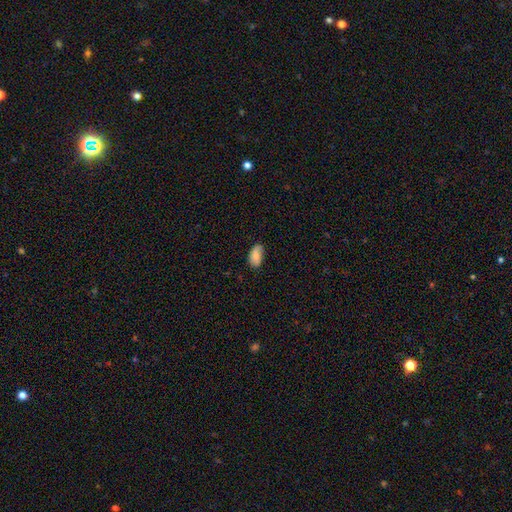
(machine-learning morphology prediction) Smooth or featured: smooth — 76% (featured or disk — 17%)
How rounded: in between — 94% (round — 4%)
Merging: none — 64% (minor disturbance — 28%)